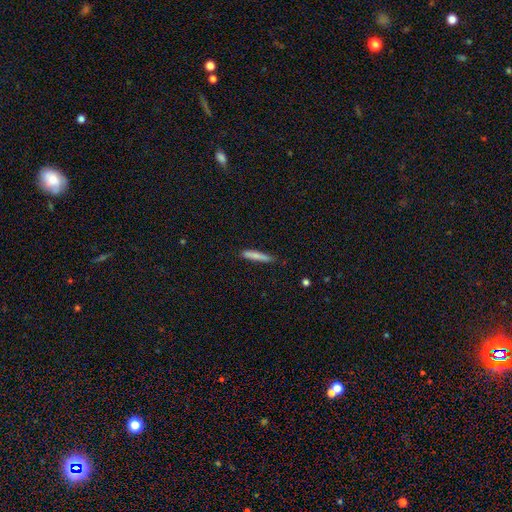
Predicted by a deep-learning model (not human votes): The model was most divided on "smooth or featured": smooth: 79%, featured or disk: 15%, star or artifact: 6%. More confident: how rounded — cigar-shaped (93%); merging — none (81%).